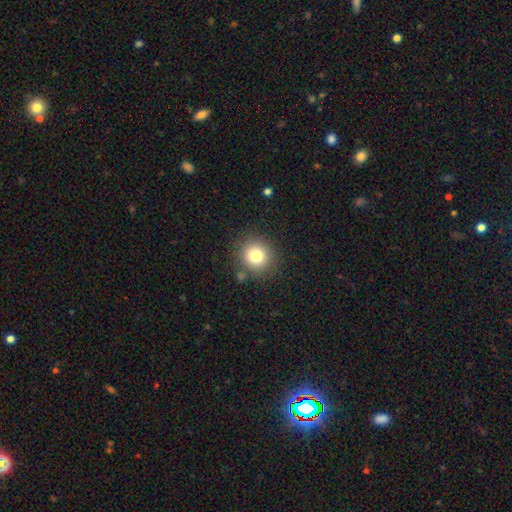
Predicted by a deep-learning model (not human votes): A smooth galaxy with no disk features (79%) that is round (89%).

Vote fractions:
- Smooth or featured? smooth: 79% / star or artifact: 12% / featured or disk: 9%
- How rounded? round: 89% / in between: 10% / cigar-shaped: 1%
- Merging? none: 84% / minor disturbance: 9% / merger: 4% / major disturbance: 3%